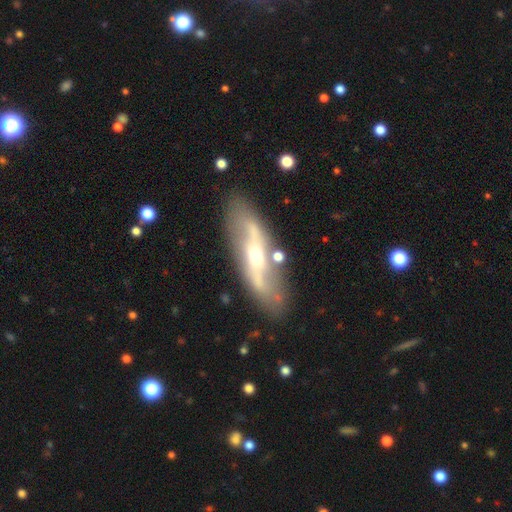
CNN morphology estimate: Q: Smooth or featured?
A: featured or disk (74%); runner-up: smooth (20%)
Q: Edge-on disk?
A: no (78%); runner-up: yes (22%)
Q: Bar?
A: no (39%); runner-up: weak (33%)
Q: Spiral arms?
A: yes (75%); runner-up: no (25%)
Q: Bulge size?
A: moderate (50%); runner-up: small (43%)
Q: Merging?
A: none (76%); runner-up: minor disturbance (14%)